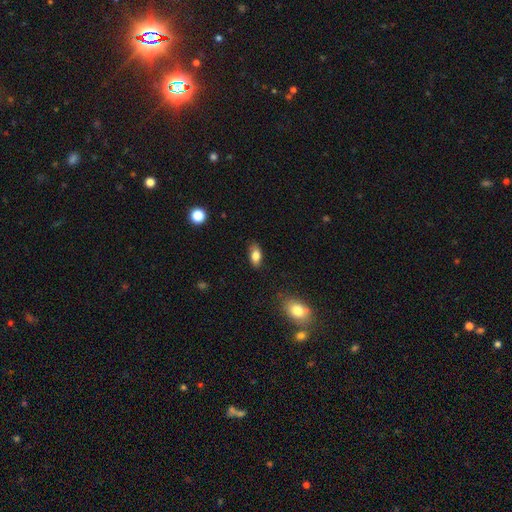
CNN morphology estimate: Smooth or featured? Predicted: smooth (p=0.80). How rounded? Predicted: in between (p=0.87). Merging? Predicted: none (p=0.81).